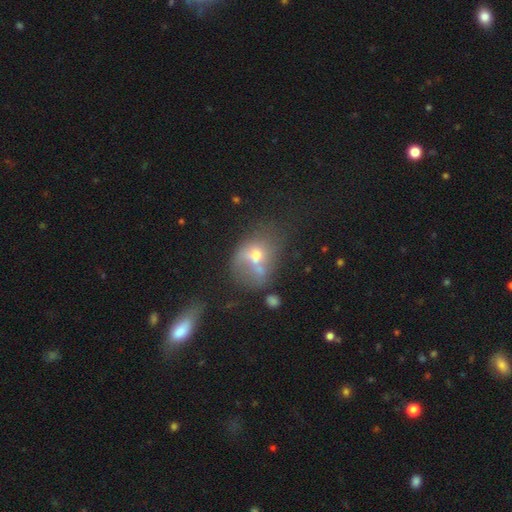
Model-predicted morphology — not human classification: A smooth galaxy with no disk features (52%) that is in between round and cigar-shaped (54%).

Vote fractions:
- Smooth or featured? smooth: 52% / featured or disk: 33% / star or artifact: 15%
- How rounded? in between: 54% / round: 45% / cigar-shaped: 2%
- Merging? merger: 38% / none: 25% / major disturbance: 21% / minor disturbance: 16%